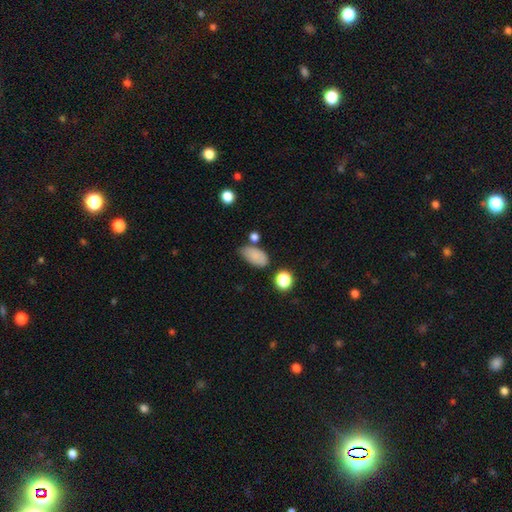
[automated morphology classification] Q: Smooth or featured?
A: smooth (82%); runner-up: star or artifact (10%)
Q: How rounded?
A: in between (92%); runner-up: round (5%)
Q: Merging?
A: none (59%); runner-up: minor disturbance (25%)